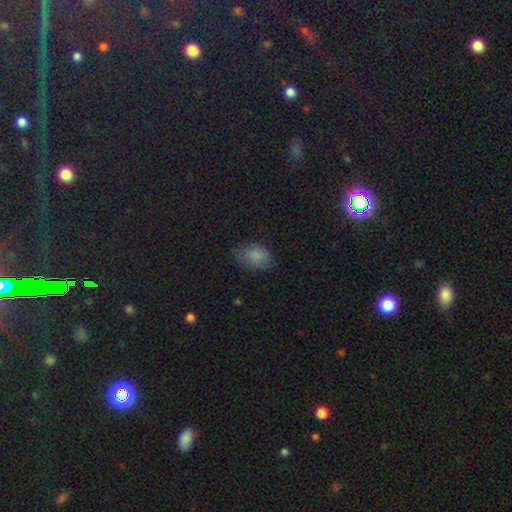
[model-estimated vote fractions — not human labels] smooth-or-featured: smooth: 81% | star or artifact: 11% | featured or disk: 8%
  how-rounded: in between: 80% | round: 19% | cigar-shaped: 1%
  merging: none: 65% | minor disturbance: 26% | major disturbance: 7% | merger: 1%